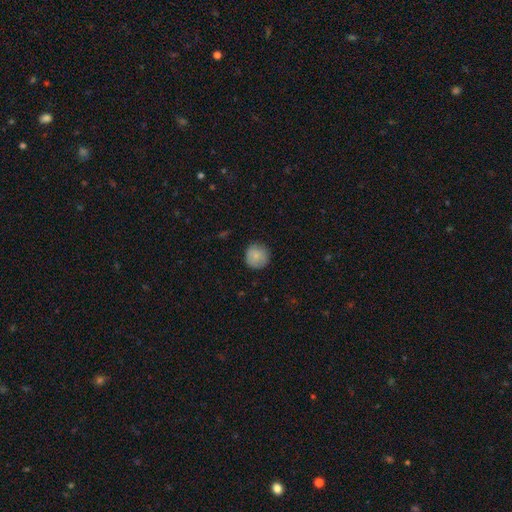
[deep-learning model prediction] The model was most divided on "merging": none: 84%, minor disturbance: 12%, major disturbance: 3%, merger: 1%. More confident: how rounded — round (93%); smooth or featured — smooth (84%).